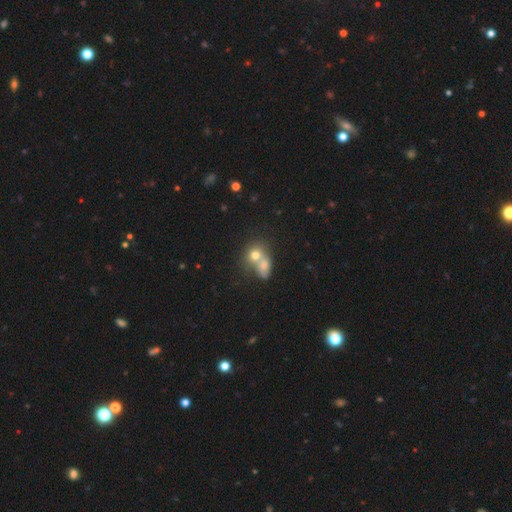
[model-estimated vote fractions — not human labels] Smooth or featured? smooth (72%)
How rounded? round (65%)
Merging? merger (64%)